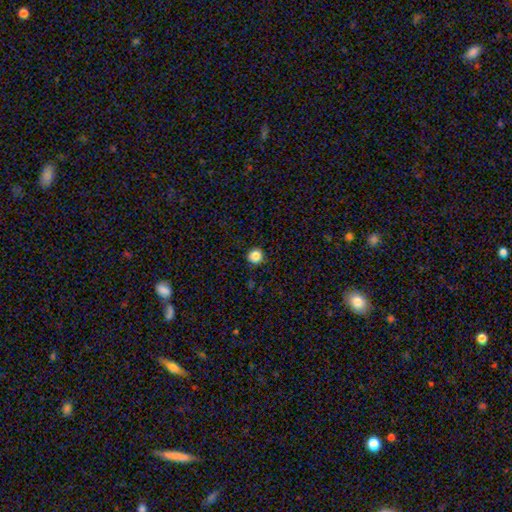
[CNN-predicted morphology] Smooth or featured? smooth (85%)
How rounded? round (95%)
Merging? none (91%)